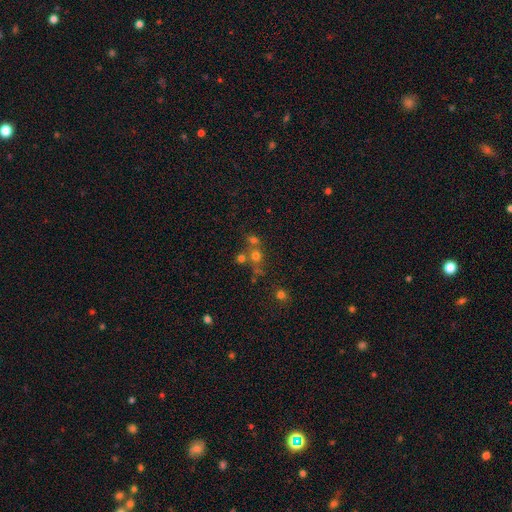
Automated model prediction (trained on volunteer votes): This is likely a smooth galaxy (62%). How rounded: clearly round (86%). Merging: possibly none (52%).